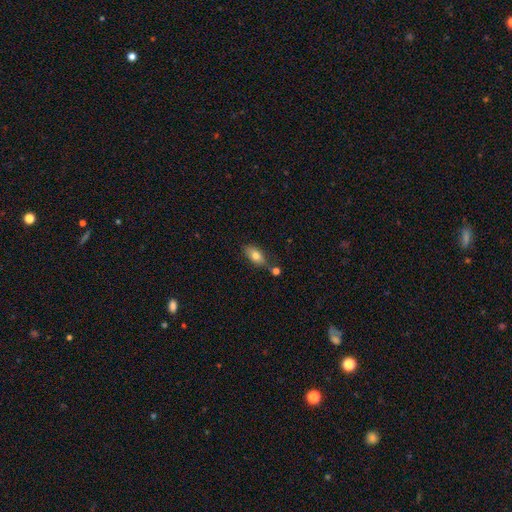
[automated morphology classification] Smooth or featured?
  - smooth: 78% *
  - featured or disk: 14%
  - star or artifact: 8%
How rounded?
  - in between: 88% *
  - round: 7%
  - cigar-shaped: 5%
Merging?
  - none: 61% *
  - minor disturbance: 17%
  - merger: 16%
  - major disturbance: 5%